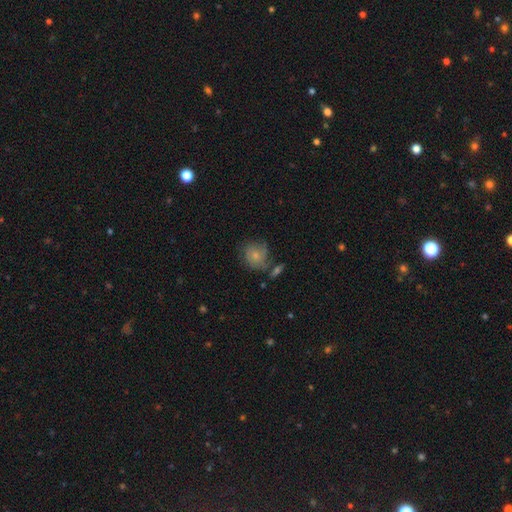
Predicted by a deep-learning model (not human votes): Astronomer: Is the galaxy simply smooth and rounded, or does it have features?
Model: smooth — 57% (runner-up: featured or disk, 34%).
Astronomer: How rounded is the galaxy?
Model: round — 77%.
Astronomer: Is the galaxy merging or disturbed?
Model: none — 58%.